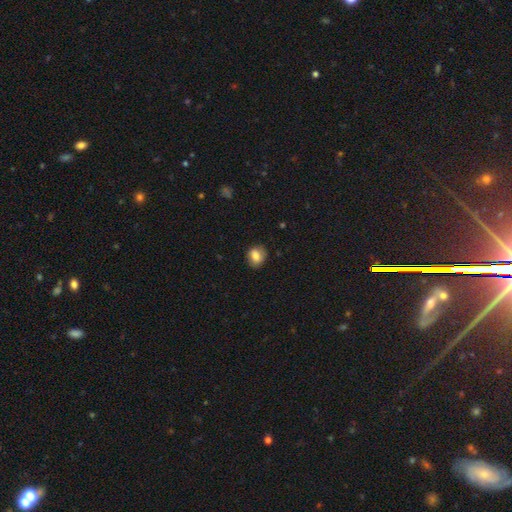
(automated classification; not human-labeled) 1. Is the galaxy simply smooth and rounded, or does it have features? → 80% smooth, 11% featured or disk, 9% star or artifact.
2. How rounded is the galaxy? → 54% round, 45% in between, 1% cigar-shaped.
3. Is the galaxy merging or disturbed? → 78% none, 17% minor disturbance, 4% major disturbance, 1% merger.